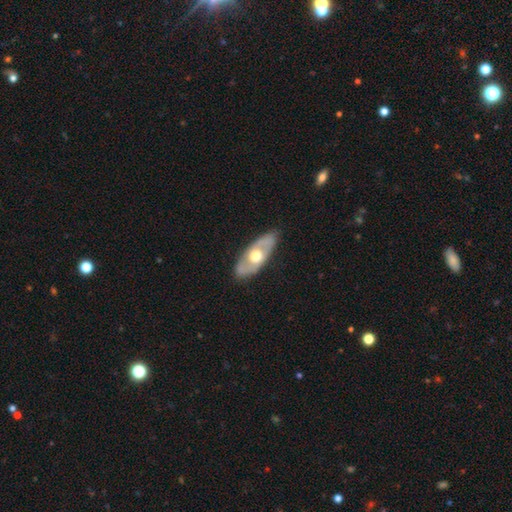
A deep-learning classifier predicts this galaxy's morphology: Overall: featured or disk (55%; smooth 41%). Edge-on disk: no (74%). Merging: none (82%).